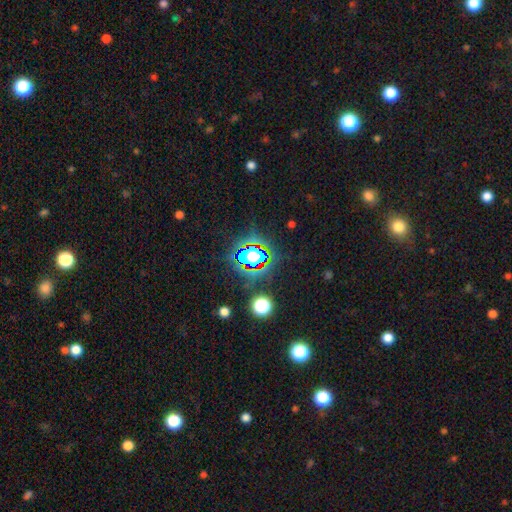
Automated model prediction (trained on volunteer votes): smooth-or-featured: star or artifact: 76% | smooth: 15% | featured or disk: 9%